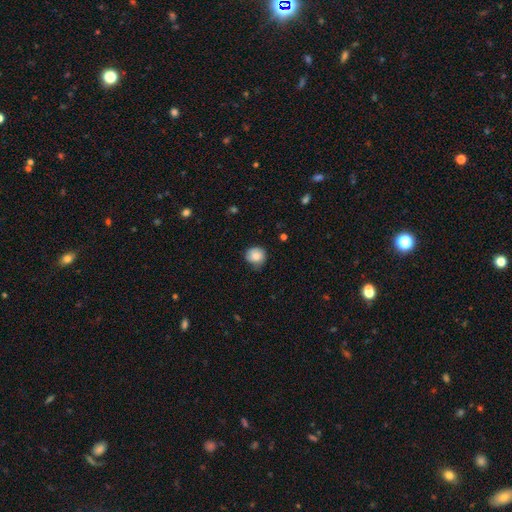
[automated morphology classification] Smooth or featured? Predicted: smooth (p=0.81). How rounded? Predicted: round (p=0.88). Merging? Predicted: none (p=0.73).